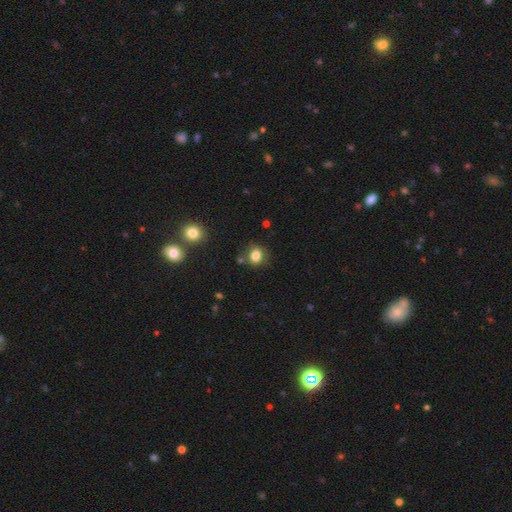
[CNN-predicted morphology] smooth-or-featured: smooth: 81% | star or artifact: 11% | featured or disk: 7%
  how-rounded: round: 55% | in between: 44% | cigar-shaped: 1%
  merging: none: 76% | minor disturbance: 15% | merger: 5% | major disturbance: 4%